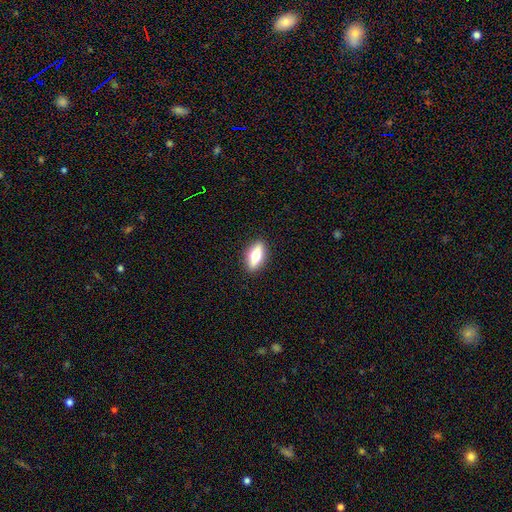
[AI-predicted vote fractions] Smooth or featured: smooth — 55% (featured or disk — 38%)
How rounded: in between — 71% (cigar-shaped — 25%)
Merging: none — 89% (minor disturbance — 8%)